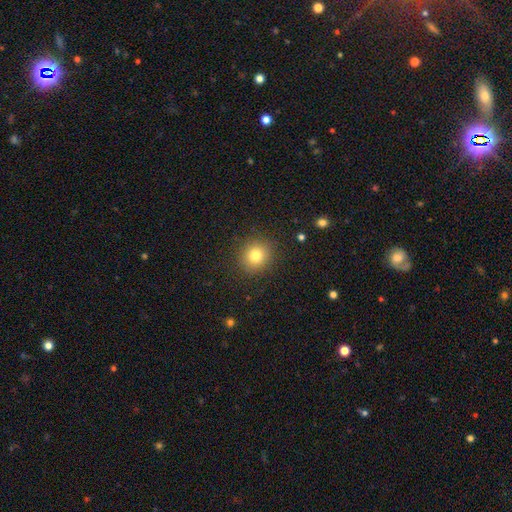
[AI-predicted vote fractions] Smooth or featured?
  - smooth: 79% *
  - star or artifact: 13%
  - featured or disk: 8%
How rounded?
  - round: 85% *
  - in between: 14%
  - cigar-shaped: 1%
Merging?
  - none: 89% *
  - minor disturbance: 7%
  - major disturbance: 3%
  - merger: 1%